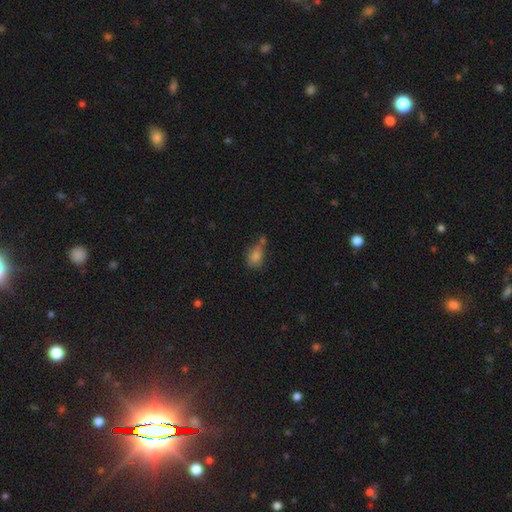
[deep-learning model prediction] Overall: smooth (73%). How rounded: in between (70%). Merging: none (51%; merger 21%).